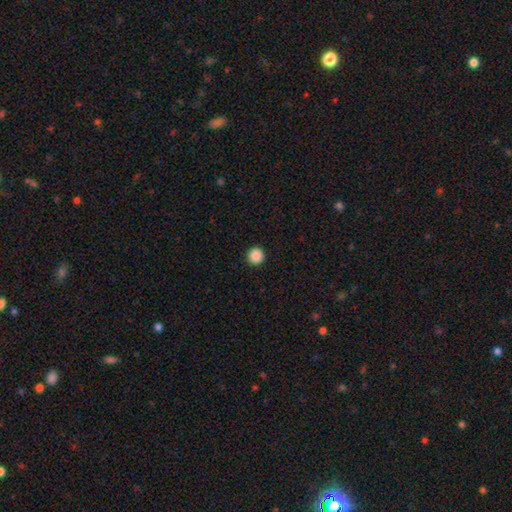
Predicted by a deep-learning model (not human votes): This is clearly a smooth galaxy (88%). How rounded: clearly round (96%). Merging: clearly none (94%).